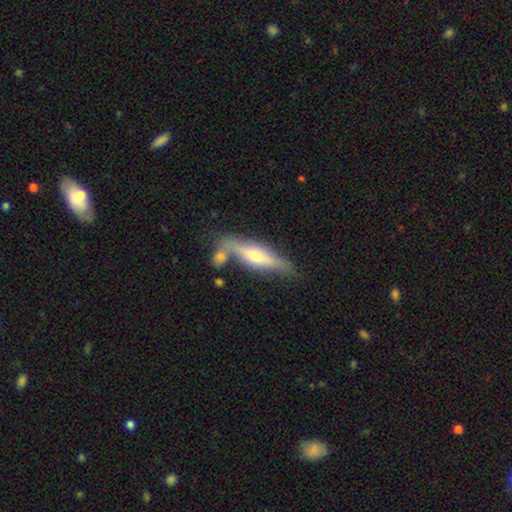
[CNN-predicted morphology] smooth-or-featured: featured or disk: 63% | smooth: 31% | star or artifact: 6%
  disk-edge-on: yes: 90% | no: 10%
    edge-on-bulge: rounded: 89% | boxy: 6% | none: 5%
  merging: none: 63% | merger: 16% | minor disturbance: 15% | major disturbance: 5%